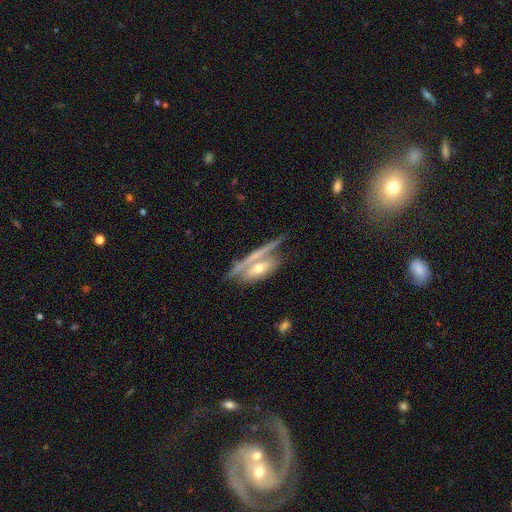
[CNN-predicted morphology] A featured or disk galaxy (64%).

Vote fractions:
- Smooth or featured? featured or disk: 64% / smooth: 20% / star or artifact: 15%
- Edge-on disk? no: 67% / yes: 33%
- Merging? none: 42% / merger: 20% / major disturbance: 20% / minor disturbance: 19%